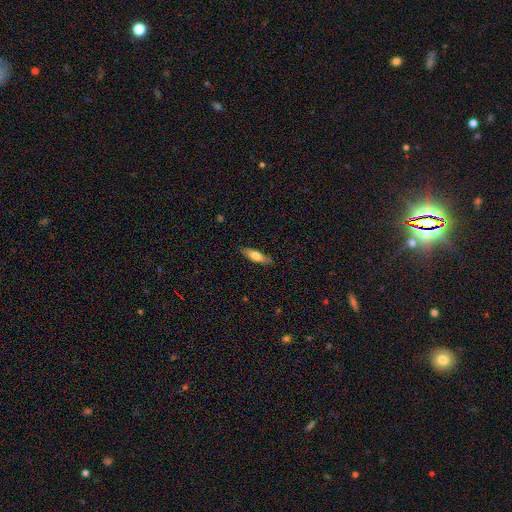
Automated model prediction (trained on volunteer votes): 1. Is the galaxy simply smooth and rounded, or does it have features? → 64% smooth, 30% featured or disk, 6% star or artifact.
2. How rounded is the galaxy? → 56% cigar-shaped, 42% in between, 2% round.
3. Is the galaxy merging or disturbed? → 84% none, 13% minor disturbance, 2% major disturbance, 1% merger.